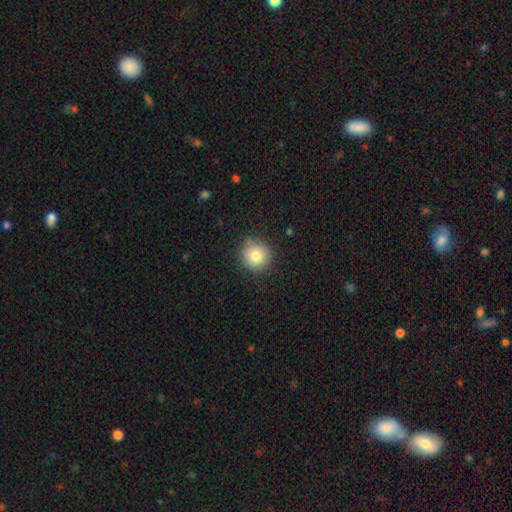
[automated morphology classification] A smooth galaxy with no disk features (81%) that is round (93%).

Vote fractions:
- Smooth or featured? smooth: 81% / star or artifact: 10% / featured or disk: 9%
- How rounded? round: 93% / in between: 6% / cigar-shaped: 1%
- Merging? none: 83% / minor disturbance: 13% / major disturbance: 3% / merger: 2%